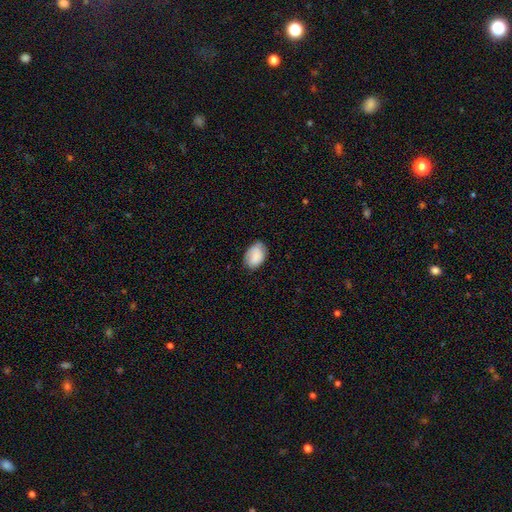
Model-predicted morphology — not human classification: smooth-or-featured: smooth: 82% | featured or disk: 11% | star or artifact: 7%
  how-rounded: in between: 85% | round: 14% | cigar-shaped: 1%
  merging: none: 66% | minor disturbance: 27% | major disturbance: 6% | merger: 1%